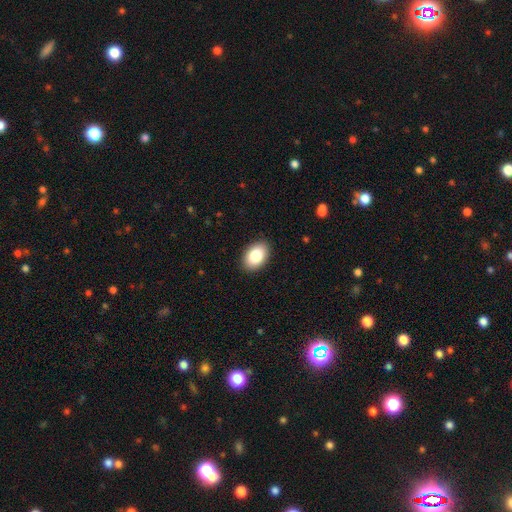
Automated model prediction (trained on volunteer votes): smooth 85%, featured or disk 7%, star or artifact 7%. Down the decision tree: how rounded — in between (89%); merging — none (89%).